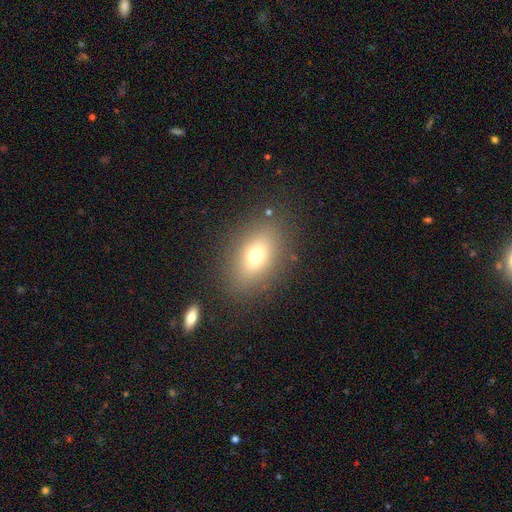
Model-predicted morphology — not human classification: smooth_or_featured: smooth (p=0.71) [alt: featured or disk p=0.16]
how_rounded: in between (p=0.79) [alt: round p=0.18]
merging: none (p=0.84) [alt: minor disturbance p=0.09]